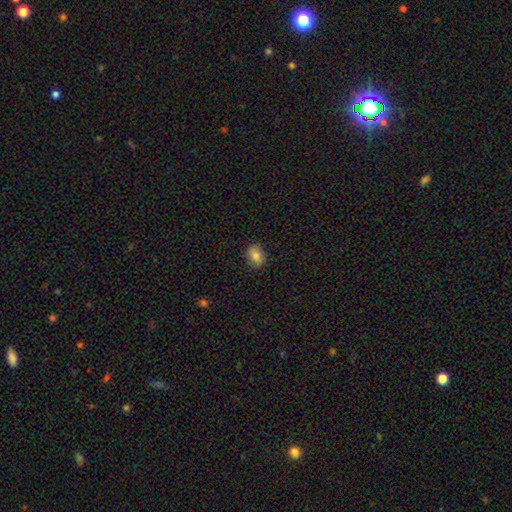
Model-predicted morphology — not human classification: Q: Smooth or featured?
A: smooth (80%); runner-up: featured or disk (11%)
Q: How rounded?
A: in between (56%); runner-up: round (43%)
Q: Merging?
A: none (87%); runner-up: minor disturbance (10%)